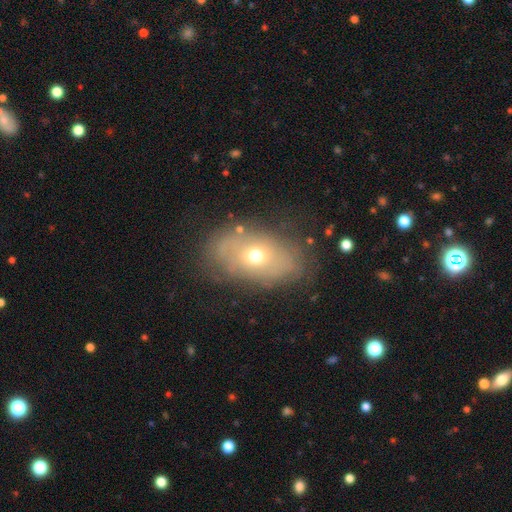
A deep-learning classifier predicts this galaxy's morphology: smooth-or-featured: smooth: 46% | featured or disk: 44% | star or artifact: 10%
  merging: none: 70% | minor disturbance: 20% | major disturbance: 8% | merger: 2%